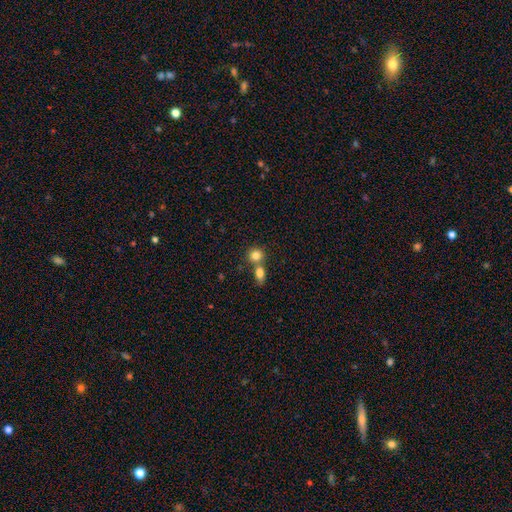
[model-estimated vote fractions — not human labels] This is clearly a smooth galaxy (83%). How rounded: likely round (76%). Merging: possibly none (46%).